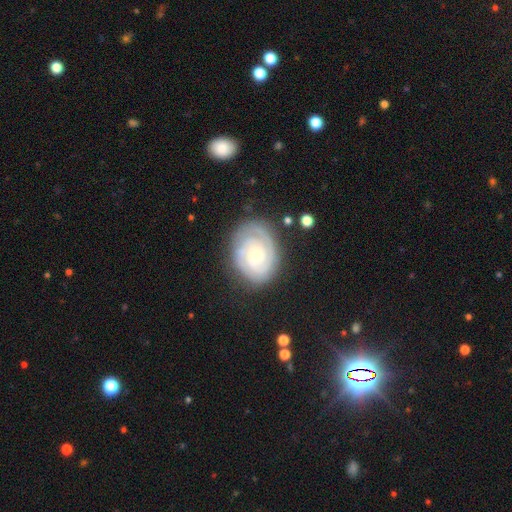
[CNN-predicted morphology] This is clearly a featured or disk galaxy (86%). It is clearly not viewed edge-on (98%). Bar: likely no (77%). Spiral arm pattern: clearly yes (97%). Spiral arm count: marginally 2 (43%). Spiral winding: clearly tight (82%). Central bulge: likely small (73%). Merging: likely none (78%).